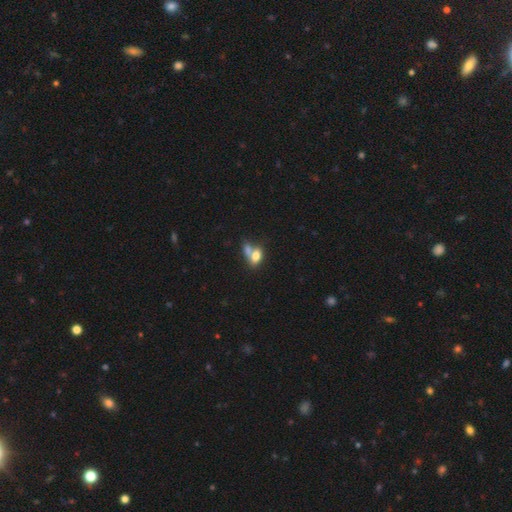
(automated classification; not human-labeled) Smooth or featured?
  - smooth: 74% *
  - featured or disk: 17%
  - star or artifact: 9%
How rounded?
  - in between: 82% *
  - round: 13%
  - cigar-shaped: 5%
Merging?
  - merger: 54% *
  - none: 29%
  - minor disturbance: 11%
  - major disturbance: 6%